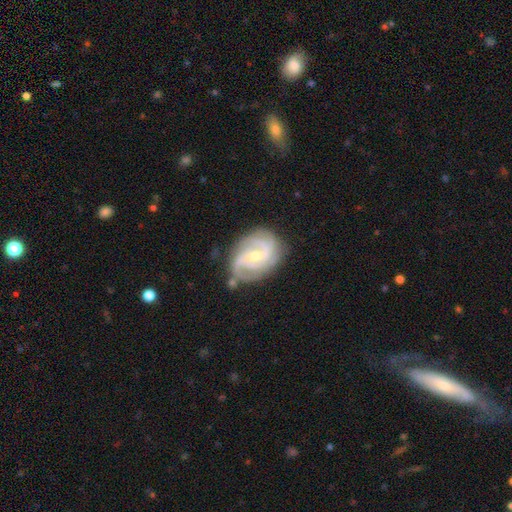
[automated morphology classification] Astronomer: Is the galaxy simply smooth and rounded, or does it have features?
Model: featured or disk — 89%.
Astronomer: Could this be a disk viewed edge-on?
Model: no — 97%.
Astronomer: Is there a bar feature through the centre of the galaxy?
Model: weak — 51% (runner-up: no, 30%).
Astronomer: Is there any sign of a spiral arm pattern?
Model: yes — 98%.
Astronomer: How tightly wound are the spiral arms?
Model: tight — 51% (runner-up: medium, 40%).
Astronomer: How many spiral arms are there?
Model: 2 — 43% (runner-up: 3, 29%).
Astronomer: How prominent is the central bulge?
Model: small — 53% (runner-up: moderate, 44%).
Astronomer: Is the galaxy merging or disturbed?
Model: none — 72%.